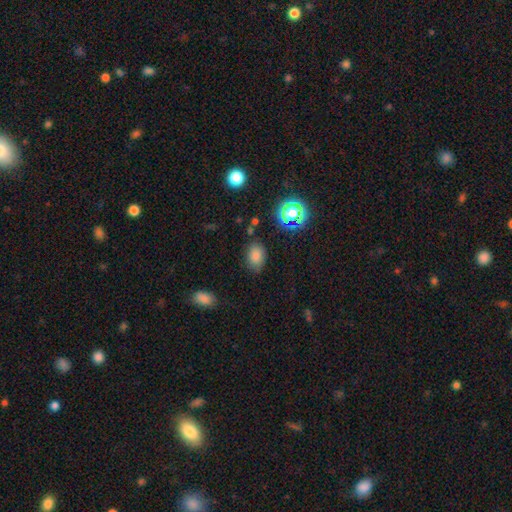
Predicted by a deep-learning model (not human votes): This is likely a smooth galaxy (79%). How rounded: likely in between (79%). Merging: likely none (79%).